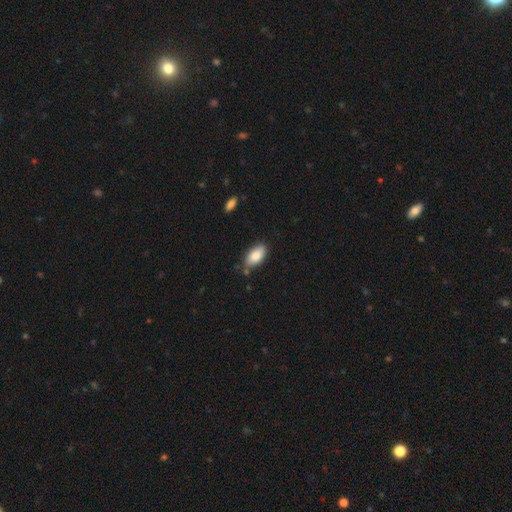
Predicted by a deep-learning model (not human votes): Overall: smooth (85%). How rounded: in between (93%). Merging: none (74%).